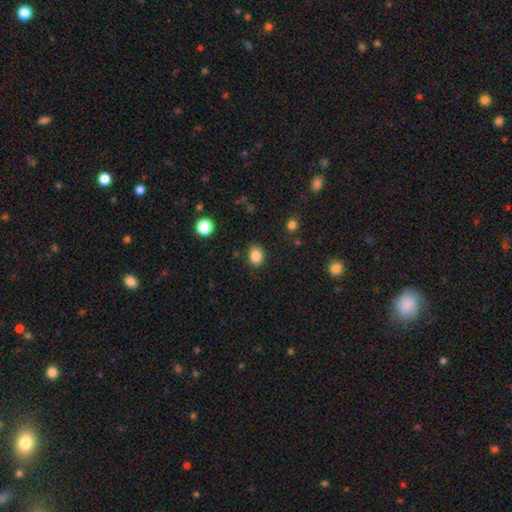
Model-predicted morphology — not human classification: The model was most divided on "how rounded": round: 50%, in between: 49%, cigar-shaped: 1%. More confident: merging — none (87%); smooth or featured — smooth (85%).